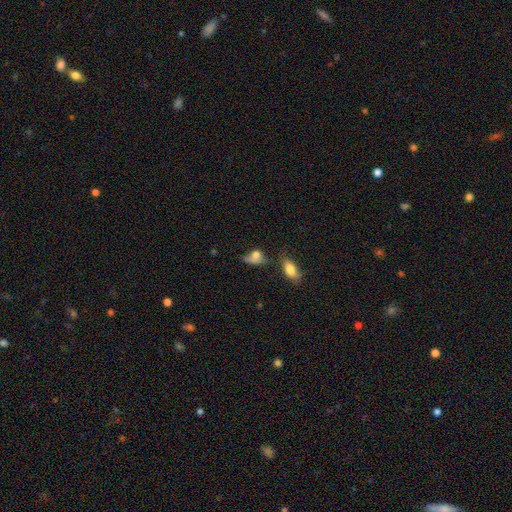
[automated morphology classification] Smooth or featured? Predicted: smooth (p=0.71). How rounded? Predicted: in between (p=0.67). Merging? Predicted: none (p=0.30).